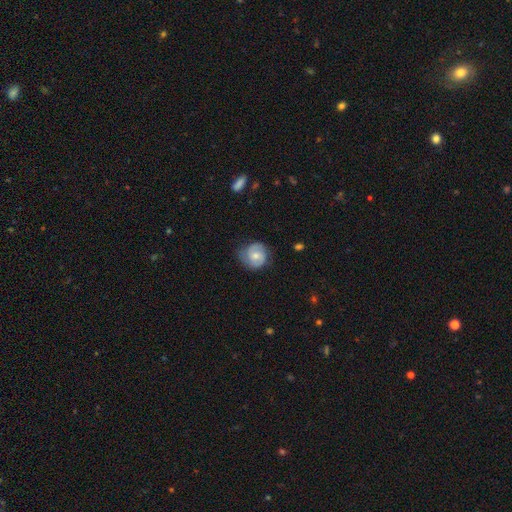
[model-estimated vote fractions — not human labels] This appears to be a featured or disk galaxy (52%) with no bar (63%), spiral arms (86%) and a moderate central bulge (55%). Merging: none (69%).